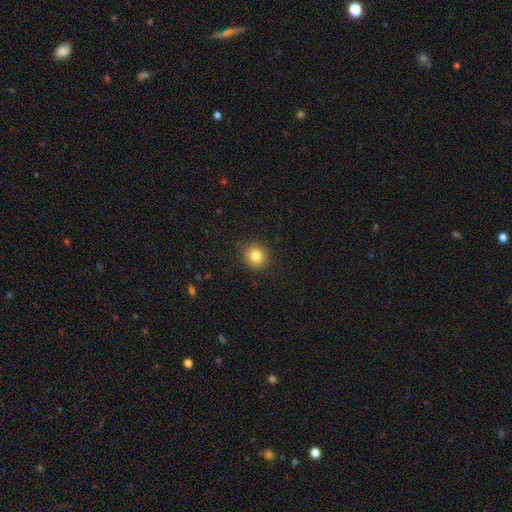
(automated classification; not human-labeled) Overall: smooth (83%). How rounded: round (82%). Merging: none (88%).